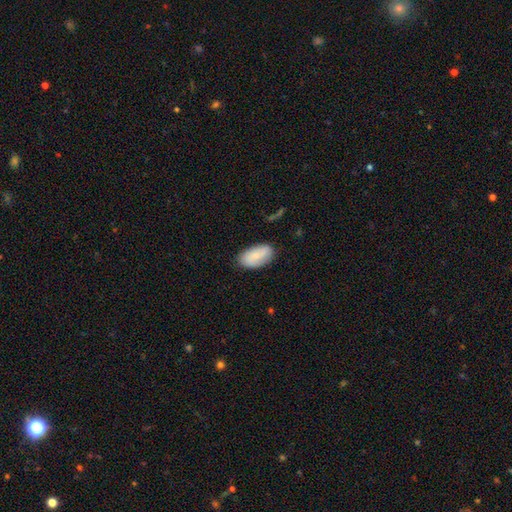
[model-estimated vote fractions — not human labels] This is likely a smooth galaxy (77%). How rounded: clearly in between (94%). Merging: likely none (79%).